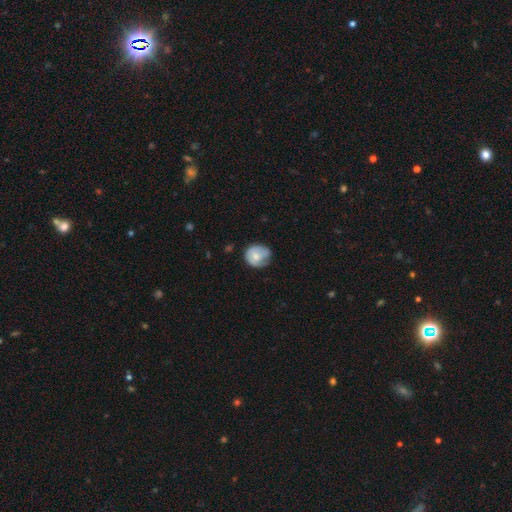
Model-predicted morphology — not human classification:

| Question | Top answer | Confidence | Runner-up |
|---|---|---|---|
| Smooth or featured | smooth | 67% | featured or disk (26%) |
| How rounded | round | 77% | in between (22%) |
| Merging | none | 51% | minor disturbance (36%) |